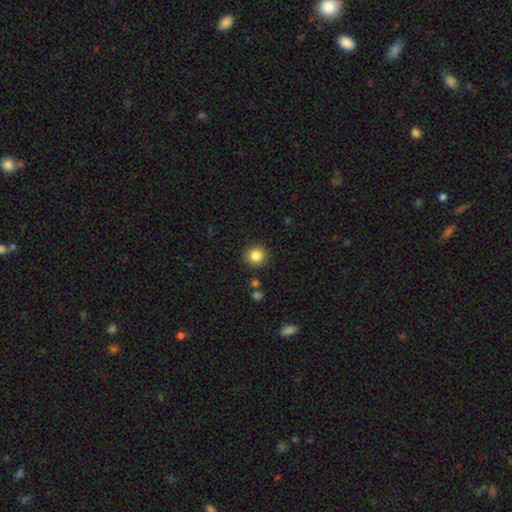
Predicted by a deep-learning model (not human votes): smooth_or_featured: smooth (p=0.85) [alt: star or artifact p=0.10]
how_rounded: round (p=0.89) [alt: in between p=0.10]
merging: none (p=0.89) [alt: minor disturbance p=0.07]